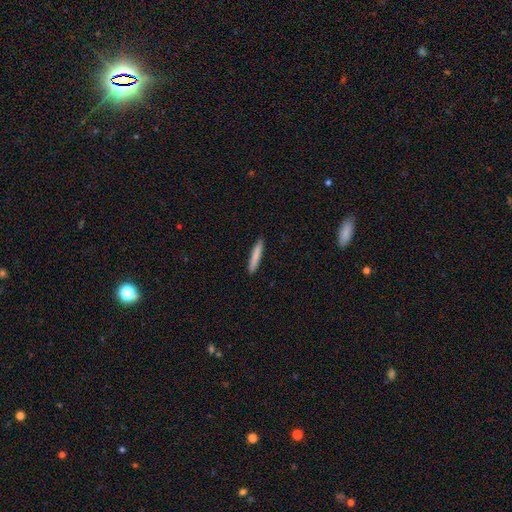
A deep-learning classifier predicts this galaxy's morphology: smooth 82%, featured or disk 12%, star or artifact 6%. Down the decision tree: how rounded — cigar-shaped (94%); merging — none (90%).